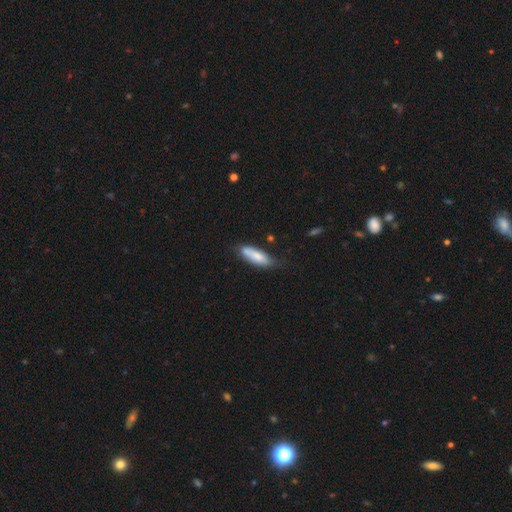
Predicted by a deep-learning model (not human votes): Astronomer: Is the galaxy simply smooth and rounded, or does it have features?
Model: smooth — 75%.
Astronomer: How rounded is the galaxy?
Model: cigar-shaped — 50% (runner-up: in between, 49%).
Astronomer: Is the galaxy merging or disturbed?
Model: none — 60%.